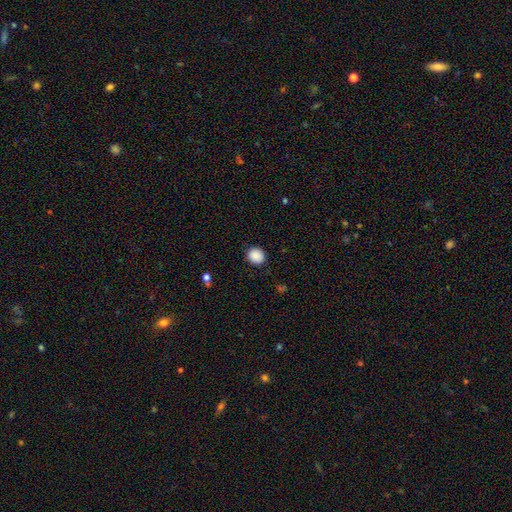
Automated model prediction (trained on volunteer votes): Morphology: type=smooth (89%); roundness=round (81%); merging=none (89%).